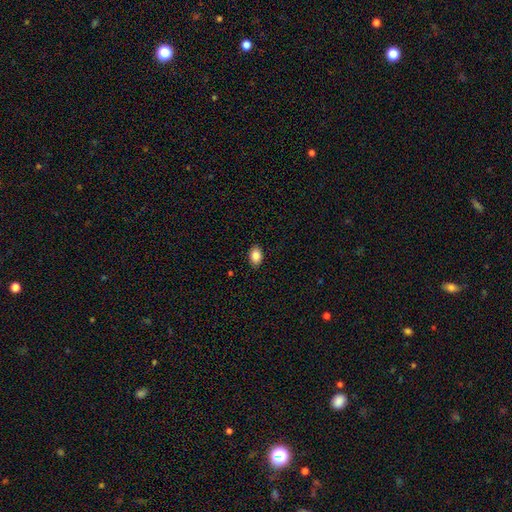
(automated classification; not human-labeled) This is clearly a smooth galaxy (86%). How rounded: clearly in between (87%). Merging: clearly none (89%).